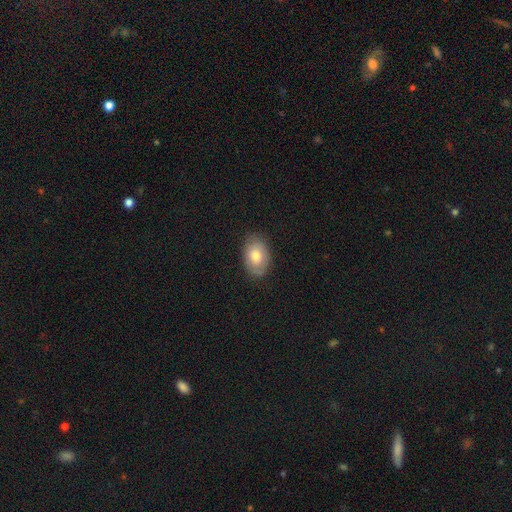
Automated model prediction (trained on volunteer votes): A smooth galaxy with no disk features (72%) that is in between round and cigar-shaped (87%).

Vote fractions:
- Smooth or featured? smooth: 72% / featured or disk: 22% / star or artifact: 7%
- How rounded? in between: 87% / round: 12% / cigar-shaped: 1%
- Merging? none: 79% / minor disturbance: 16% / major disturbance: 3% / merger: 1%